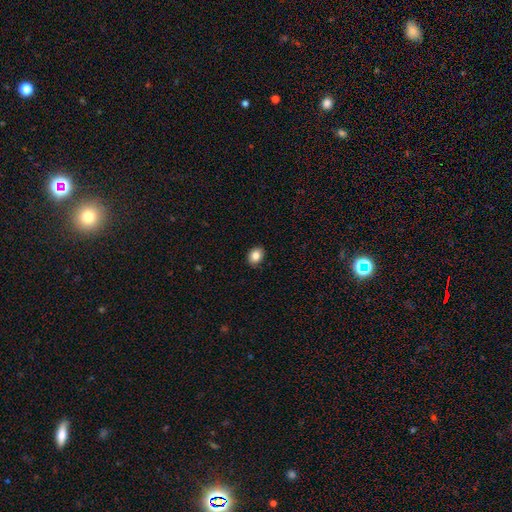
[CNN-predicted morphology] This is clearly a smooth galaxy (84%). How rounded: possibly in between (57%). Merging: clearly none (90%).